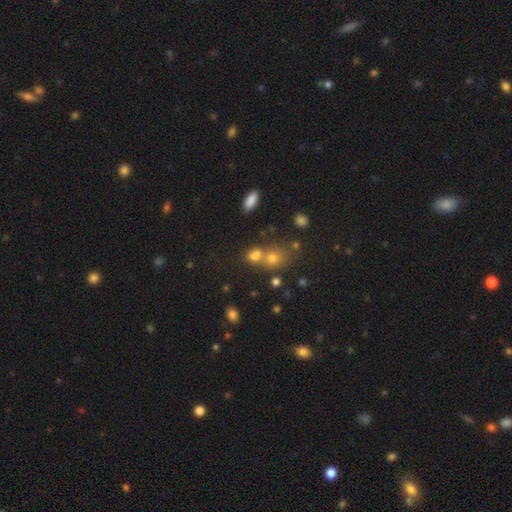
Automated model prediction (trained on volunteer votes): Smooth or featured? Predicted: smooth (p=0.69). How rounded? Predicted: round (p=0.62). Merging? Predicted: merger (p=0.47).